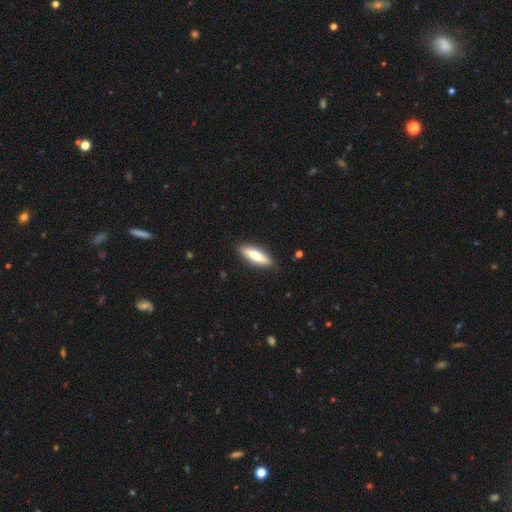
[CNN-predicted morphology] Smooth or featured? Predicted: smooth (p=0.62). How rounded? Predicted: cigar-shaped (p=0.52). Merging? Predicted: none (p=0.87).